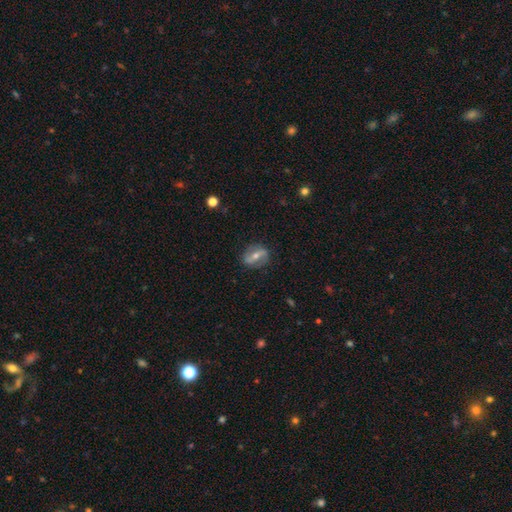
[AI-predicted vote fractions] This appears to be a featured or disk galaxy (66%) with a strong bar (56%), spiral arms (59%) and a moderate central bulge (60%). Merging: none (82%).